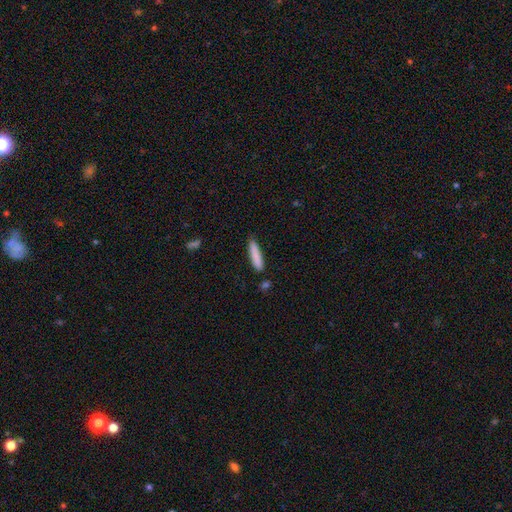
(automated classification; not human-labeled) Smooth or featured? Predicted: smooth (p=0.85). How rounded? Predicted: cigar-shaped (p=0.86). Merging? Predicted: none (p=0.84).